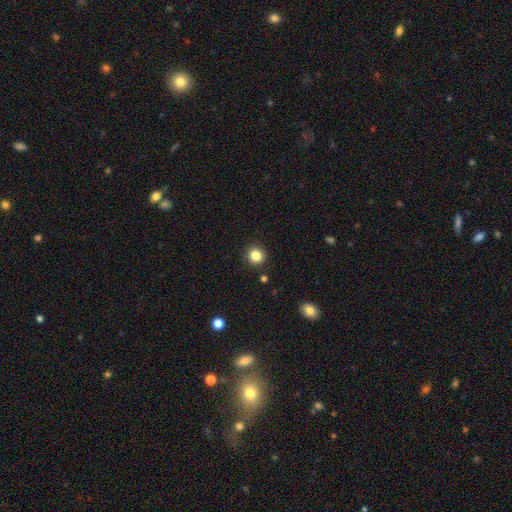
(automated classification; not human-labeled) This is clearly a smooth galaxy (84%). How rounded: clearly round (90%). Merging: clearly none (91%).